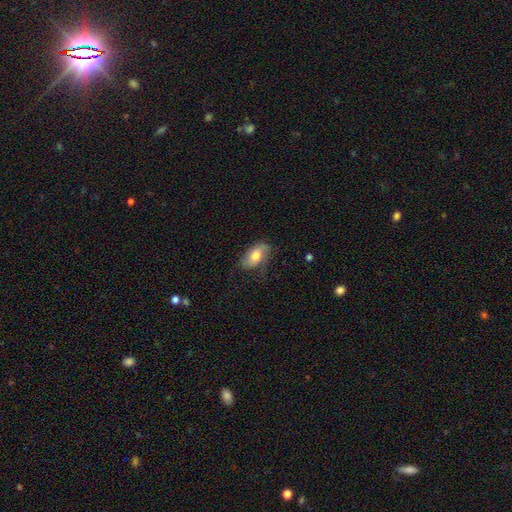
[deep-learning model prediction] Smooth or featured?
  - smooth: 64% *
  - featured or disk: 29%
  - star or artifact: 7%
How rounded?
  - in between: 91% *
  - round: 6%
  - cigar-shaped: 3%
Merging?
  - none: 64% *
  - minor disturbance: 26%
  - major disturbance: 9%
  - merger: 1%